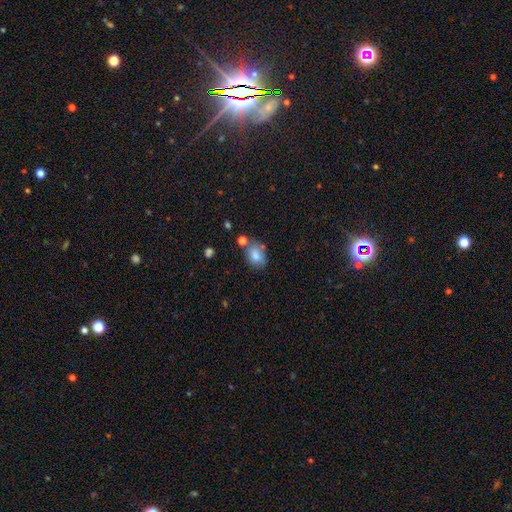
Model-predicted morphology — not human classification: This appears to be a smooth galaxy with no disk features (77%) that is in between round and cigar-shaped (73%). Merging: none (61%).